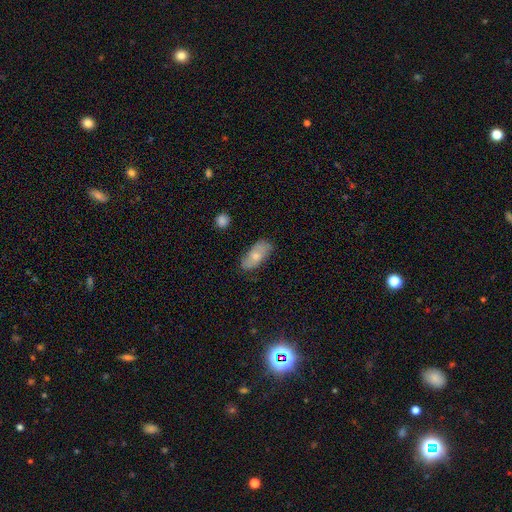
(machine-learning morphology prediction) smooth_or_featured: smooth (p=0.67) [alt: featured or disk p=0.26]
how_rounded: in between (p=0.89) [alt: cigar-shaped p=0.07]
merging: none (p=0.75) [alt: minor disturbance p=0.19]